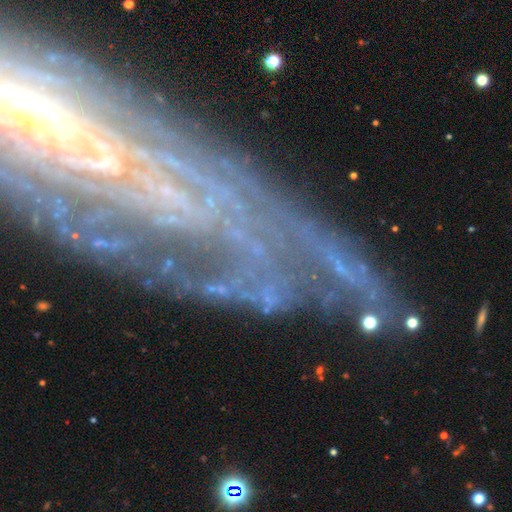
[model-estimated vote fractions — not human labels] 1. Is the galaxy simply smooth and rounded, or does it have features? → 66% featured or disk, 23% star or artifact, 12% smooth.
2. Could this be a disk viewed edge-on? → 88% no, 12% yes.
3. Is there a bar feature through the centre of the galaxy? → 55% no, 26% weak, 19% strong.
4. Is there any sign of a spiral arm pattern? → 80% yes, 20% no.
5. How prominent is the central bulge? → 51% small, 22% none, 19% moderate, 5% large, 3% dominant.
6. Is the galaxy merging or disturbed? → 57% none, 18% minor disturbance, 18% major disturbance, 6% merger.